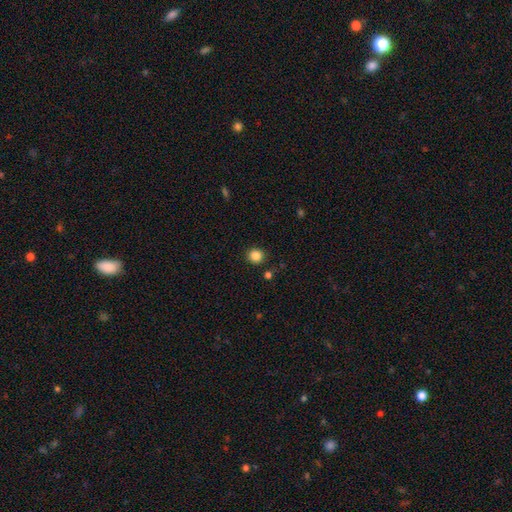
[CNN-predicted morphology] type=smooth (85%); roundness=round (90%); merging=none (90%).